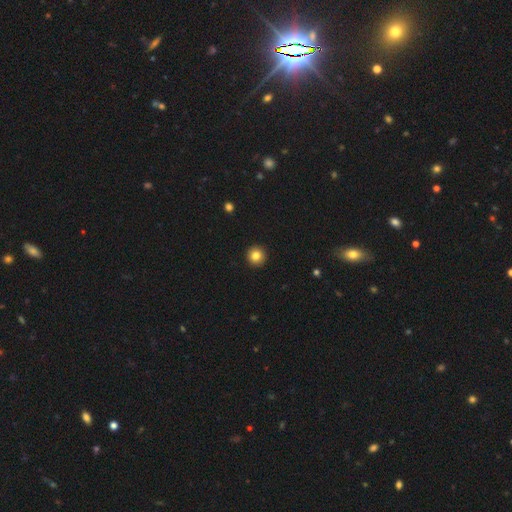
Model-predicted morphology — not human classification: Smooth or featured? smooth (83%)
How rounded? round (95%)
Merging? none (94%)